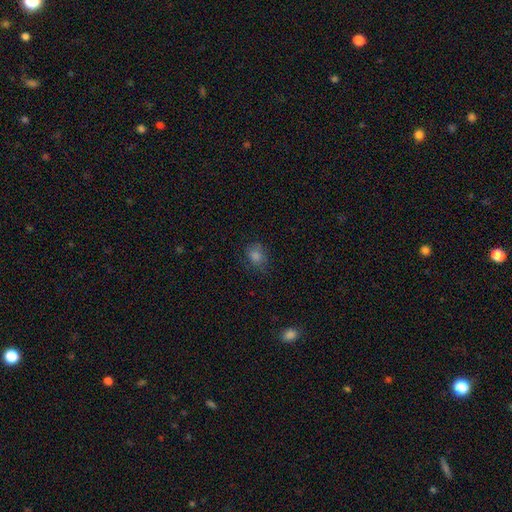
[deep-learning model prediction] Smooth or featured: smooth — 74% (star or artifact — 17%)
How rounded: round — 58% (in between — 41%)
Merging: none — 75% (minor disturbance — 19%)